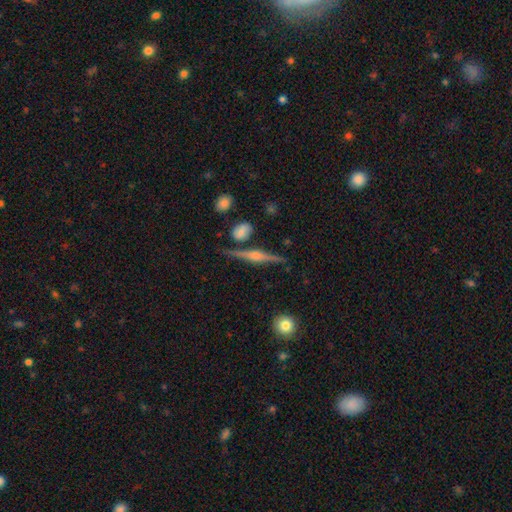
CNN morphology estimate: The model was most divided on "edge-on bulge": rounded: 77%, boxy: 18%, none: 6%. More confident: edge-on disk — yes (97%); merging — none (83%); smooth or featured — featured or disk (81%).